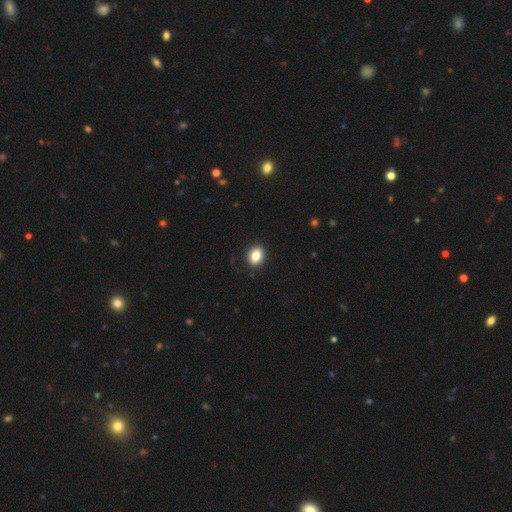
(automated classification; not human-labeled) A smooth galaxy with no disk features (85%) that is in between round and cigar-shaped (65%). Merging: none (89%).